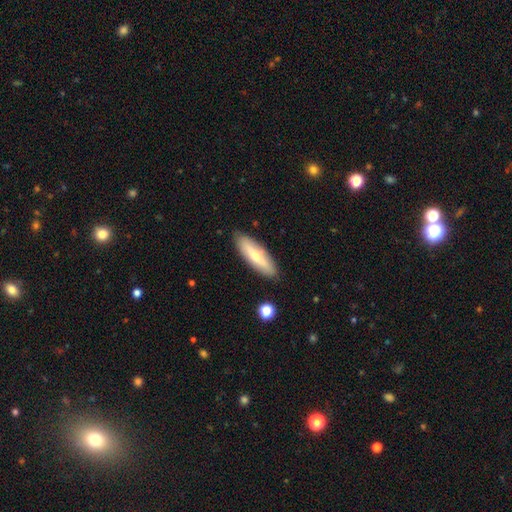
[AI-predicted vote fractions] Smooth or featured? Predicted: smooth (p=0.56). How rounded? Predicted: cigar-shaped (p=0.59). Merging? Predicted: none (p=0.86).